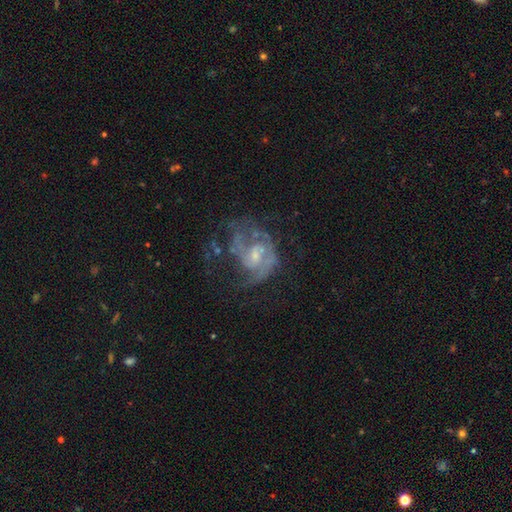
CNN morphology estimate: A featured or disk galaxy (81%) with no bar (52%), 2 (38%) medium (46%) spiral arms (82%) and a small central bulge (55%).

Vote fractions:
- Smooth or featured? featured or disk: 81% / smooth: 10% / star or artifact: 9%
- Edge-on disk? no: 98% / yes: 2%
- Bar? no: 52% / weak: 41% / strong: 7%
- Spiral arms? yes: 82% / no: 18%
- Spiral winding? medium: 46% / tight: 31% / loose: 23%
- Spiral arm count? 2: 38% / can't tell: 30% / 3: 13% / 1: 12% / 4: 4% / more than 4: 3%
- Bulge size? small: 55% / moderate: 31% / none: 10% / large: 2% / dominant: 1%
- Merging? none: 43% / major disturbance: 34% / minor disturbance: 19% / merger: 4%